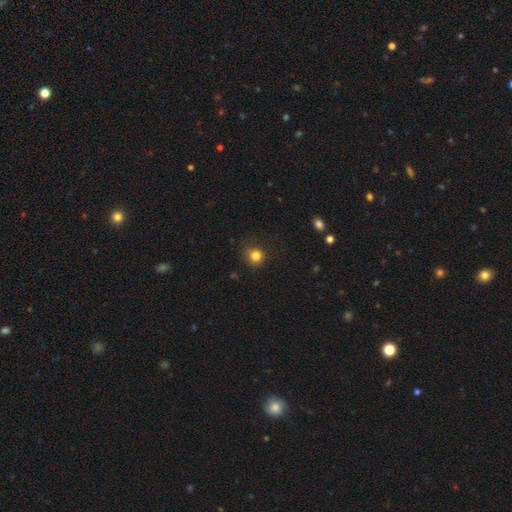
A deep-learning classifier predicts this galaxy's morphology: smooth_or_featured: smooth (p=0.82) [alt: star or artifact p=0.13]
how_rounded: round (p=0.88) [alt: in between p=0.11]
merging: none (p=0.79) [alt: minor disturbance p=0.15]